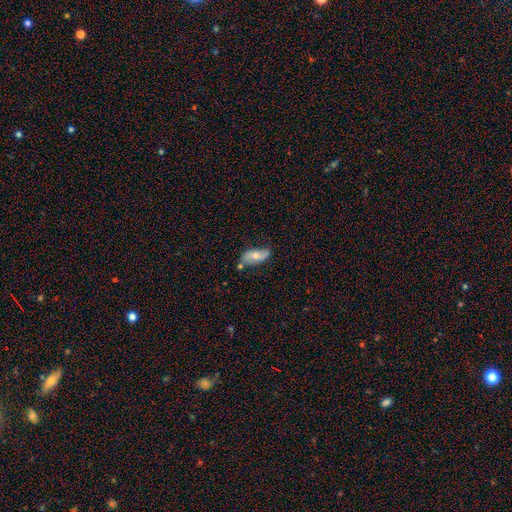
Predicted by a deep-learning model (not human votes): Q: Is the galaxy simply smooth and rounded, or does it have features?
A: featured or disk — 48%.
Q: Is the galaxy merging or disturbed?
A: none — 59%.